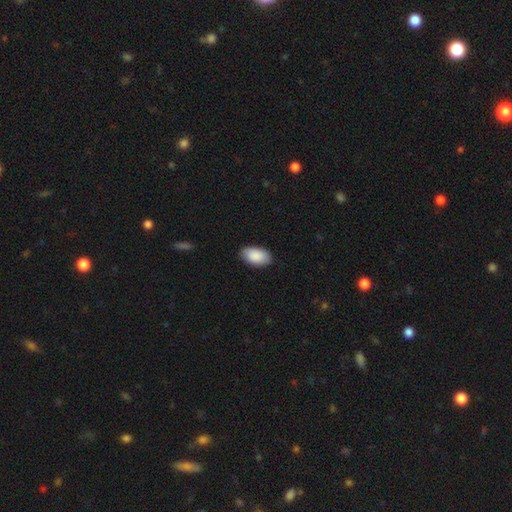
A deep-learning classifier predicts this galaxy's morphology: Smooth or featured? Predicted: smooth (p=0.90). How rounded? Predicted: in between (p=0.95). Merging? Predicted: none (p=0.86).